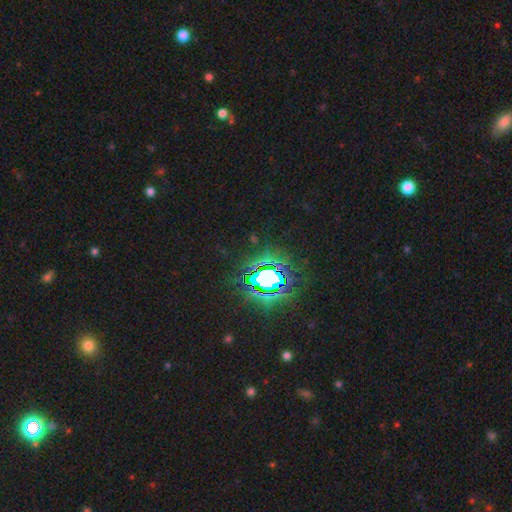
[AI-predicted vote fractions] Smooth or featured?
  - star or artifact: 84% *
  - smooth: 10%
  - featured or disk: 6%